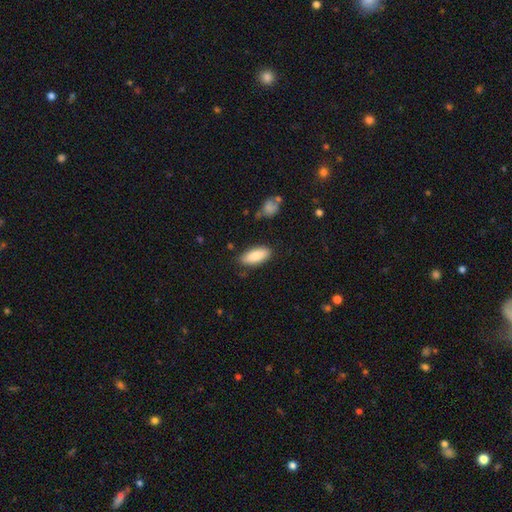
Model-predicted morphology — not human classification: Overall: smooth (84%). How rounded: in between (82%). Merging: none (84%).